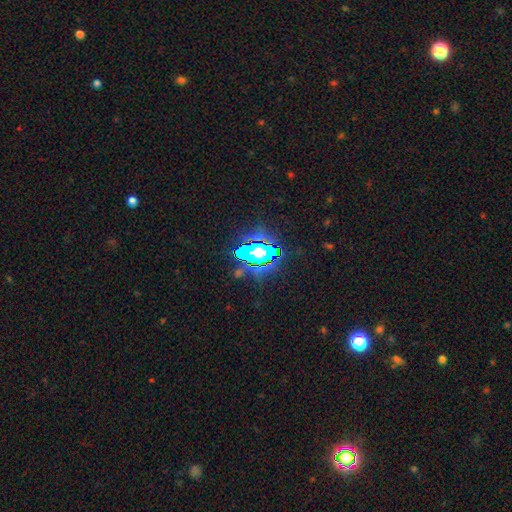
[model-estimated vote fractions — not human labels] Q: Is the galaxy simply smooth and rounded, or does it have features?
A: star or artifact — 52%.